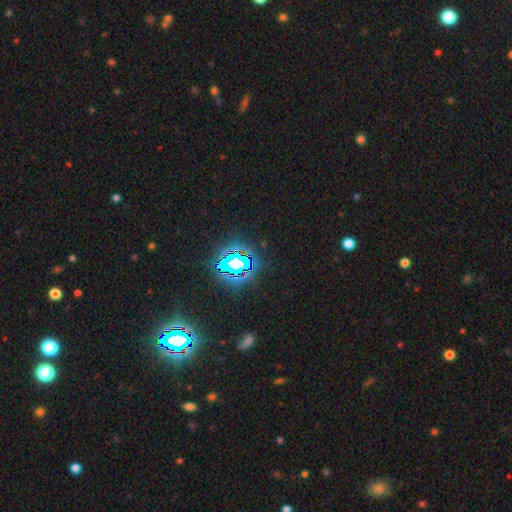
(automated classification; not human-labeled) Q: Smooth or featured?
A: star or artifact (84%); runner-up: smooth (10%)